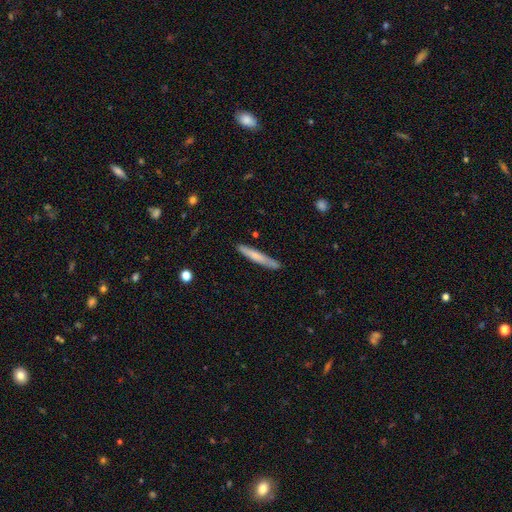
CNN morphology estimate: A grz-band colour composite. It shows a smooth galaxy with no disk features (67%) that is cigar-shaped (96%). Merging: none (87%).